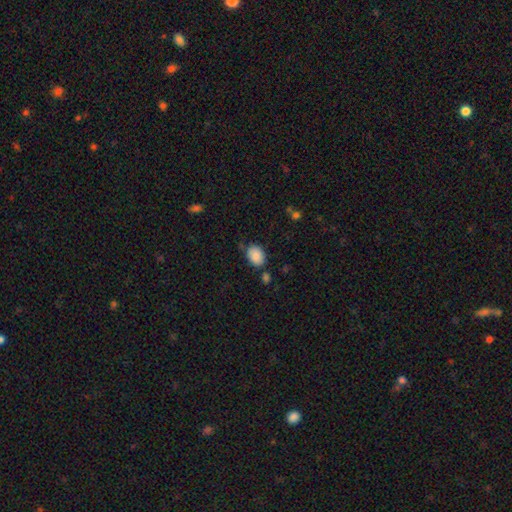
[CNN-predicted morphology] Smooth or featured? Predicted: smooth (p=0.87). How rounded? Predicted: in between (p=0.76). Merging? Predicted: none (p=0.71).